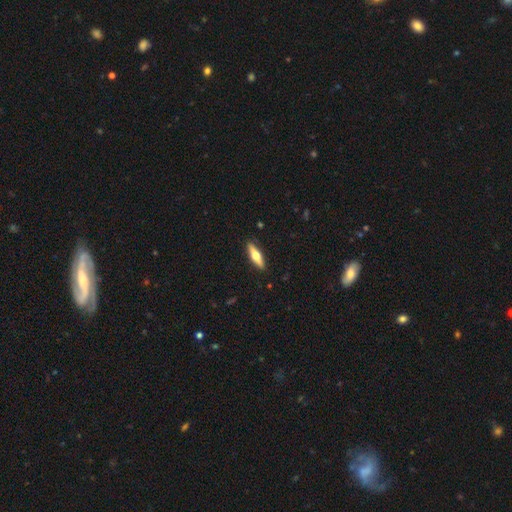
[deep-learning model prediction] Smooth or featured? Predicted: featured or disk (p=0.49). Merging? Predicted: none (p=0.91).